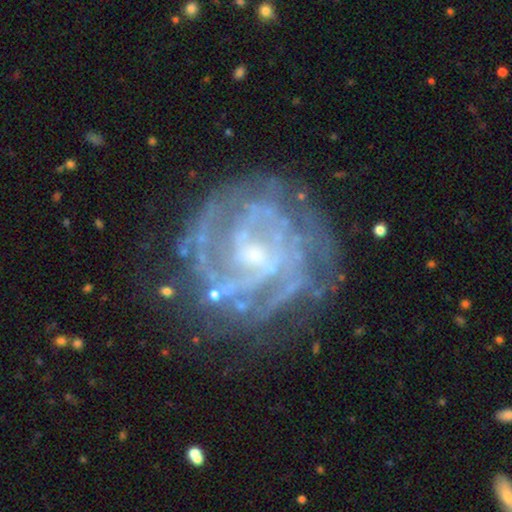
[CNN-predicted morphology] Smooth or featured? Predicted: featured or disk (p=0.87). Edge-on disk? Predicted: no (p=0.98). Bar? Predicted: no (p=0.45). Spiral arms? Predicted: yes (p=0.91). Spiral winding? Predicted: tight (p=0.62). Spiral arm count? Predicted: can't tell (p=0.34). Bulge size? Predicted: small (p=0.54). Merging? Predicted: none (p=0.70).